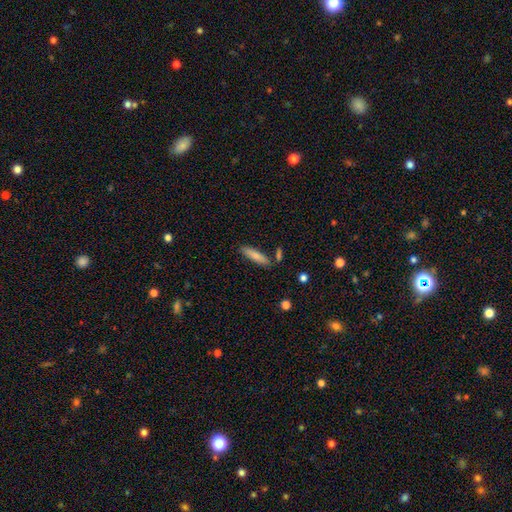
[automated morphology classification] smooth 77%, featured or disk 16%, star or artifact 6%. Down the decision tree: how rounded — cigar-shaped (73%); merging — none (80%).